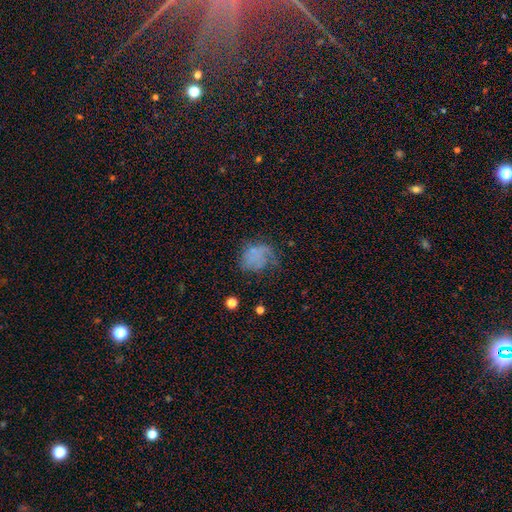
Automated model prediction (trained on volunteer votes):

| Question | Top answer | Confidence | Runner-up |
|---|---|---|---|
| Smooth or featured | smooth | 52% | featured or disk (34%) |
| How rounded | round | 52% | in between (47%) |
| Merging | none | 36% | major disturbance (34%) |